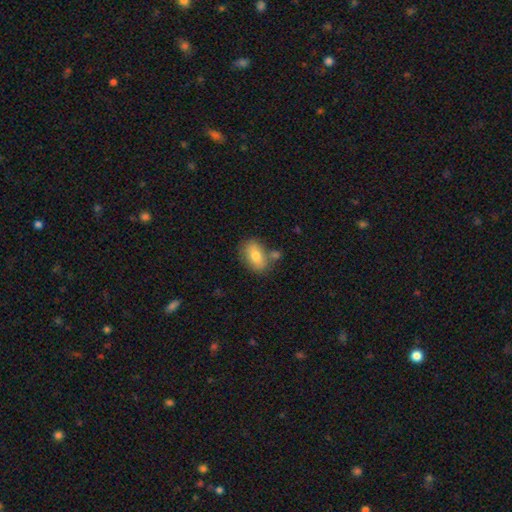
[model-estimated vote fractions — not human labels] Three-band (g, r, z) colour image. It shows a smooth galaxy with no disk features (76%) that is in between round and cigar-shaped (85%). Merging: none (66%).